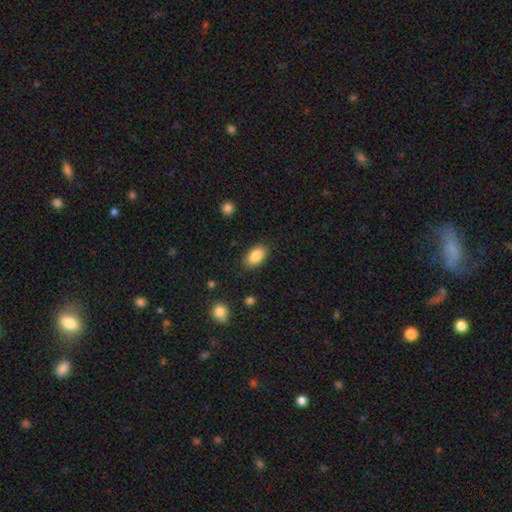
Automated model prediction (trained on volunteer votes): Morphology: type=smooth (86%); roundness=in between (92%); merging=none (86%).